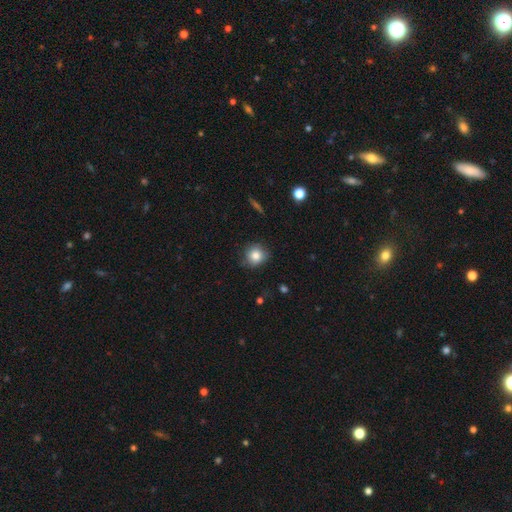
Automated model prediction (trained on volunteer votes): Smooth or featured? Predicted: smooth (p=0.82). How rounded? Predicted: round (p=0.87). Merging? Predicted: none (p=0.79).